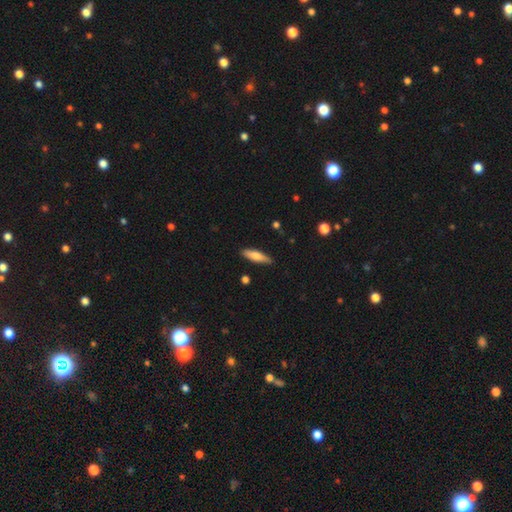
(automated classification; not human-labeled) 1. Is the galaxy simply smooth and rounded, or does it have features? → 72% smooth, 23% featured or disk, 6% star or artifact.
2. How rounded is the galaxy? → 65% cigar-shaped, 33% in between, 2% round.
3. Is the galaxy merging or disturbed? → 85% none, 12% minor disturbance, 2% major disturbance, 2% merger.